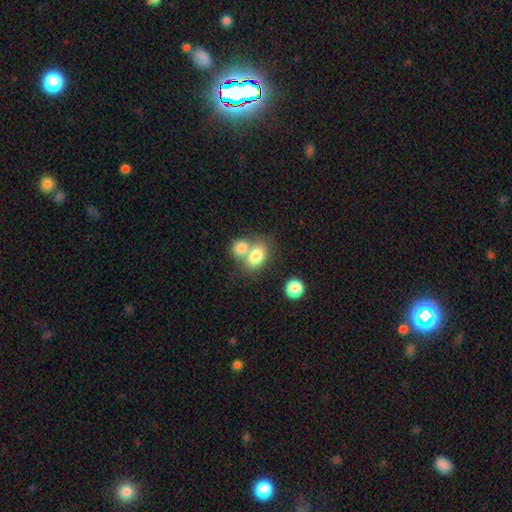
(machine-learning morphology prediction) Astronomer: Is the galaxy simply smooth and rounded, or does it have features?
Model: smooth — 78%.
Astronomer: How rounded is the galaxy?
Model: in between — 69%.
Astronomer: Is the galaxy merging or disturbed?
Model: merger — 58%.